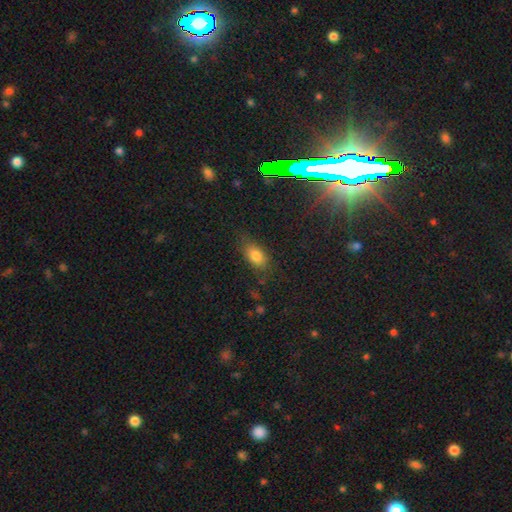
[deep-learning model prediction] A smooth galaxy with no disk features (79%) that is in between round and cigar-shaped (85%).

Vote fractions:
- Smooth or featured? smooth: 79% / star or artifact: 11% / featured or disk: 10%
- How rounded? in between: 85% / round: 9% / cigar-shaped: 7%
- Merging? none: 72% / minor disturbance: 19% / major disturbance: 7% / merger: 2%